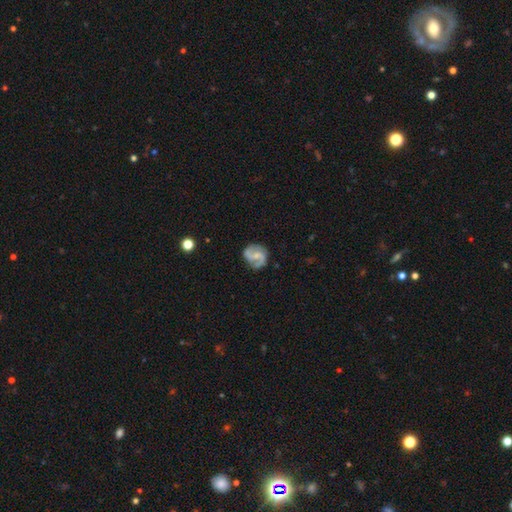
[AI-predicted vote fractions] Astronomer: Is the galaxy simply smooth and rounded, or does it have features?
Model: featured or disk — 79%.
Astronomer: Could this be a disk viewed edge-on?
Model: no — 98%.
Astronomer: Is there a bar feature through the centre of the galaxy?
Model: weak — 48% (runner-up: no, 37%).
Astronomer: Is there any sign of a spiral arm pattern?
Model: yes — 95%.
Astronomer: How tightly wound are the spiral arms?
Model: medium — 50% (runner-up: loose, 27%).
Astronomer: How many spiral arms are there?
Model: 2 — 89%.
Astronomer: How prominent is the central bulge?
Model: small — 50% (runner-up: moderate, 34%).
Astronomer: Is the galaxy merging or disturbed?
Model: none — 76%.